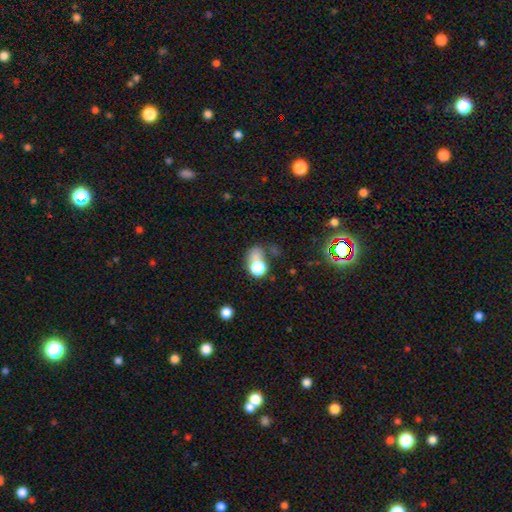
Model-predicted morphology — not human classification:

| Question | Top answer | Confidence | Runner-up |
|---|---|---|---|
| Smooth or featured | smooth | 67% | star or artifact (19%) |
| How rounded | round | 52% | in between (46%) |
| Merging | merger | 32% | none (31%) |